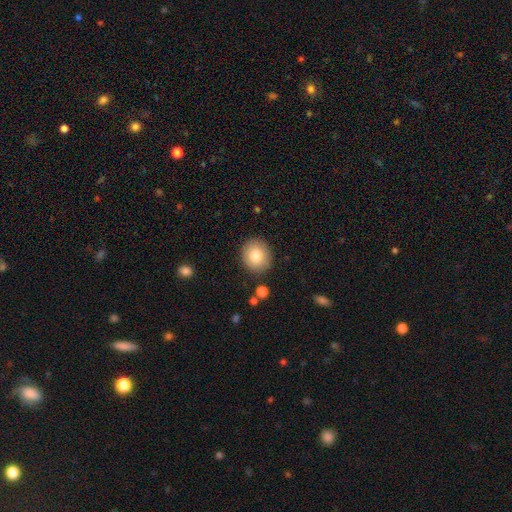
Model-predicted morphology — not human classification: The model was most divided on "how rounded": round: 82%, in between: 17%, cigar-shaped: 1%. More confident: merging — none (88%); smooth or featured — smooth (80%).